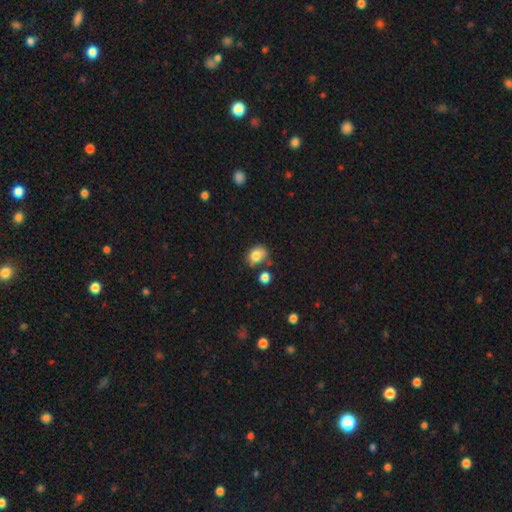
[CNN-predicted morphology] Smooth or featured? smooth (80%)
How rounded? in between (58%)
Merging? none (58%)